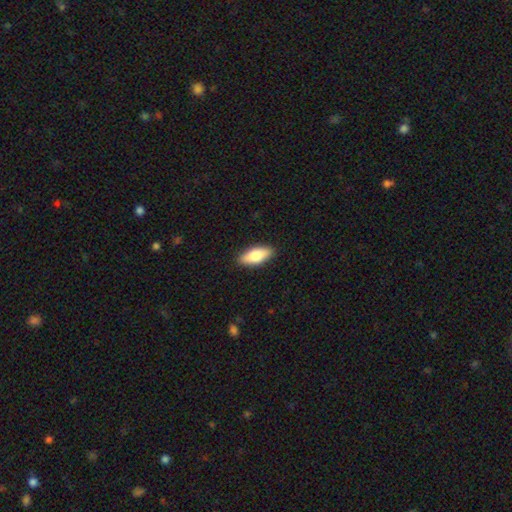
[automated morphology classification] The model was most divided on "smooth or featured": smooth: 79%, featured or disk: 16%, star or artifact: 6%. More confident: merging — none (90%); how rounded — in between (81%).